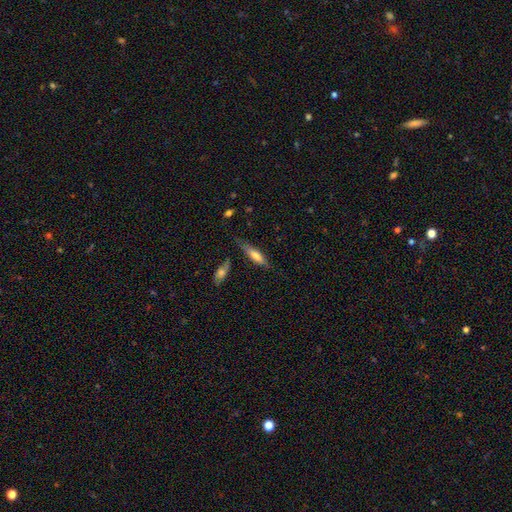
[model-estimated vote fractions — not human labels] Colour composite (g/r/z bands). It shows a smooth galaxy with no disk features (62%) that is cigar-shaped (66%). Merging: none (66%).